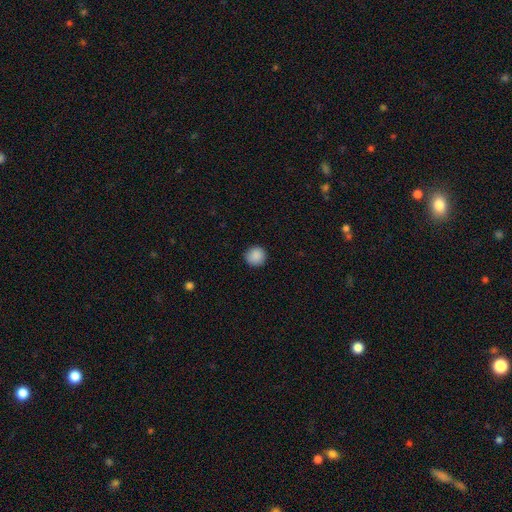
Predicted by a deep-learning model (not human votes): Smooth or featured?
  - smooth: 89% *
  - star or artifact: 8%
  - featured or disk: 3%
How rounded?
  - round: 95% *
  - in between: 4%
  - cigar-shaped: 1%
Merging?
  - none: 91% *
  - minor disturbance: 6%
  - major disturbance: 2%
  - merger: 1%